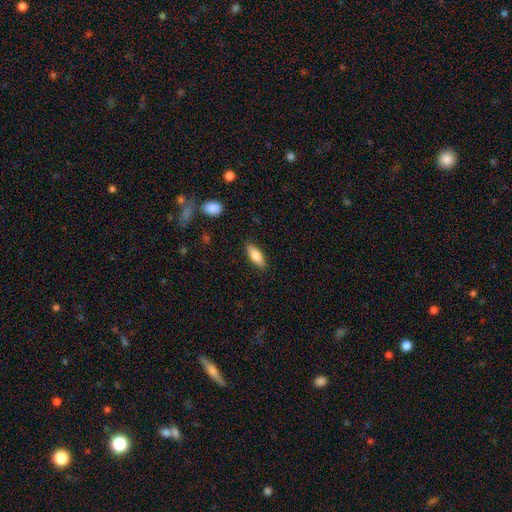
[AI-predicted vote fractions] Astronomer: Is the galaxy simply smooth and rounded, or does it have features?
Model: smooth — 78%.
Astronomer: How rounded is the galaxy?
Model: in between — 73%.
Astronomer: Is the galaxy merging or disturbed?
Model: none — 87%.